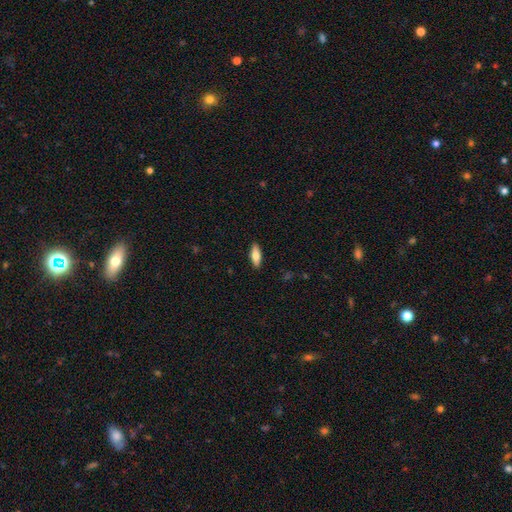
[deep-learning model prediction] Smooth or featured?
  - smooth: 69% *
  - featured or disk: 25%
  - star or artifact: 6%
How rounded?
  - in between: 64% *
  - cigar-shaped: 33%
  - round: 2%
Merging?
  - none: 90% *
  - minor disturbance: 8%
  - major disturbance: 2%
  - merger: 1%